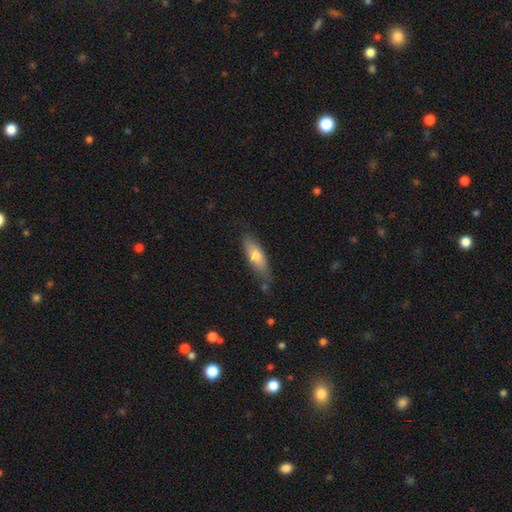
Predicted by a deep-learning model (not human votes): smooth 69%, featured or disk 24%, star or artifact 6%. Down the decision tree: how rounded — in between (55%); merging — none (72%).